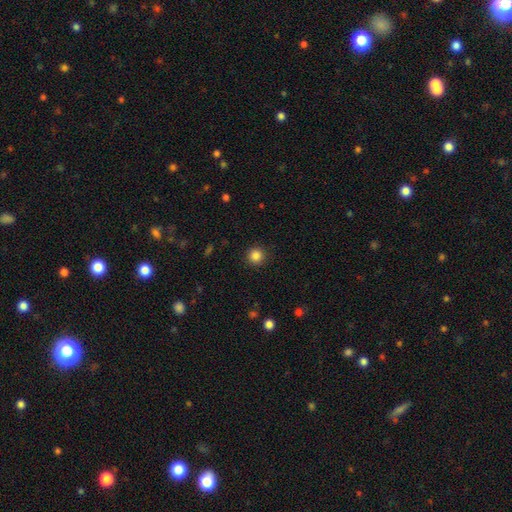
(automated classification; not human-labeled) smooth 85%, star or artifact 11%, featured or disk 3%. Down the decision tree: how rounded — round (94%); merging — none (92%).